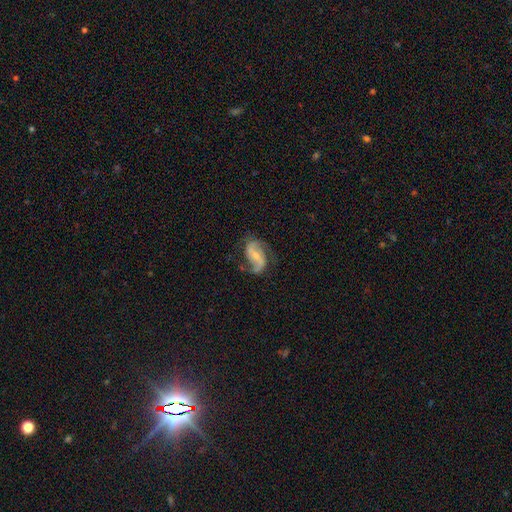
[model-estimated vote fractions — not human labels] Overall: featured or disk (83%). Edge-on disk: no (97%). Bar: weak (42%; strong 34%). Spiral arms: yes (95%). Spiral arm count: 2 (88%). Spiral winding: loose (45%; medium 42%). Bulge size: small (54%; moderate 36%). Merging: none (65%).